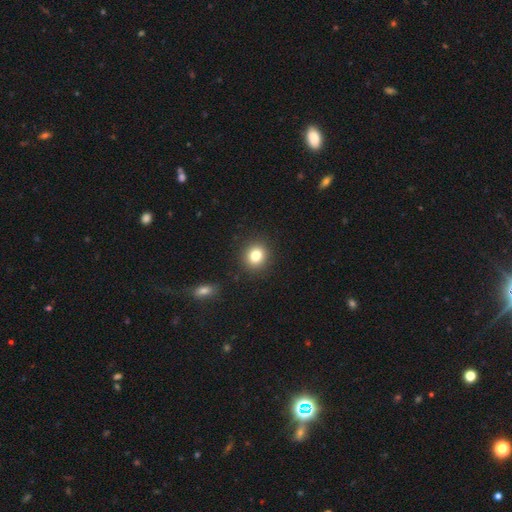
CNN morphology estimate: A smooth galaxy with no disk features (81%) that is round (77%).

Vote fractions:
- Smooth or featured? smooth: 81% / star or artifact: 11% / featured or disk: 8%
- How rounded? round: 77% / in between: 22% / cigar-shaped: 1%
- Merging? none: 90% / minor disturbance: 7% / major disturbance: 2% / merger: 1%